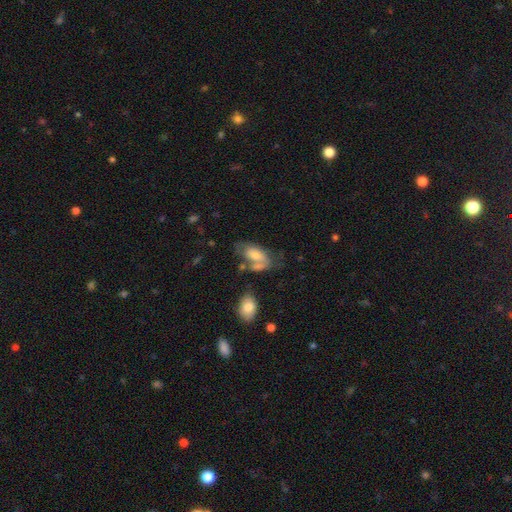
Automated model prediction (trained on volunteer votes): A smooth galaxy with no disk features (62%) that is in between round and cigar-shaped (91%). Merging: none (34%).